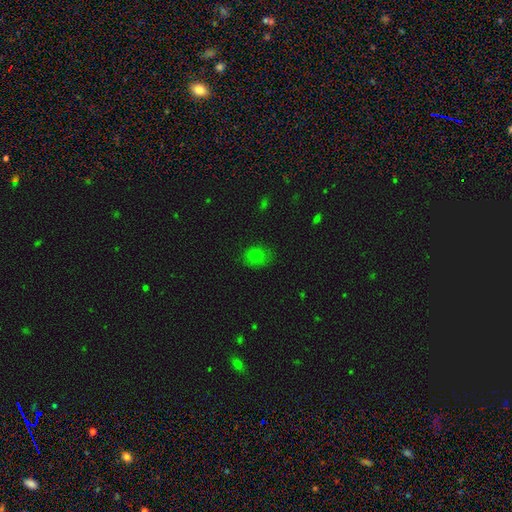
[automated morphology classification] smooth_or_featured: smooth (p=0.78) [alt: star or artifact p=0.13]
how_rounded: in between (p=0.53) [alt: round p=0.46]
merging: none (p=0.72) [alt: minor disturbance p=0.21]